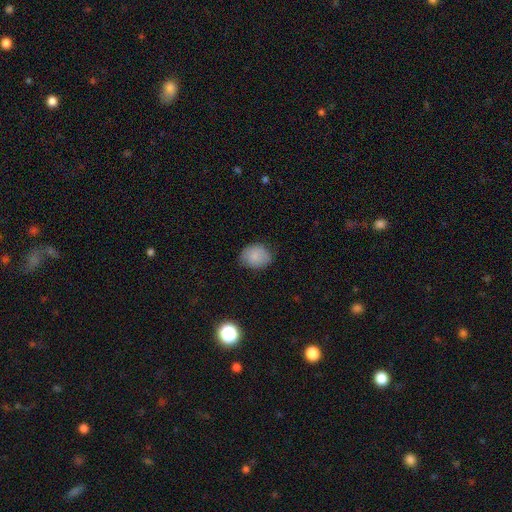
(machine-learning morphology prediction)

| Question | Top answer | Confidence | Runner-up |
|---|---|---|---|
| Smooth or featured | smooth | 84% | star or artifact (9%) |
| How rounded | round | 55% | in between (44%) |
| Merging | none | 72% | minor disturbance (22%) |